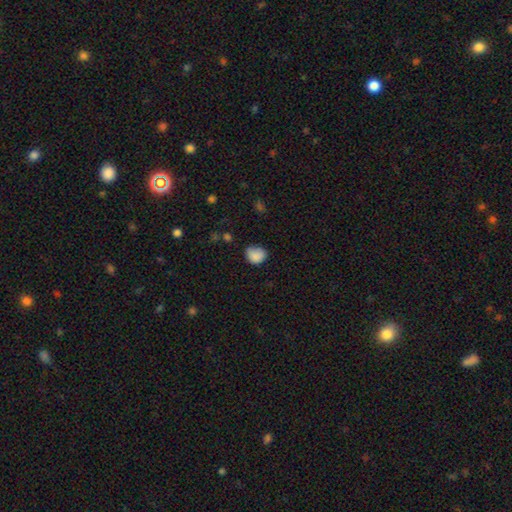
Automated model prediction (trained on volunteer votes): Smooth or featured: smooth — 85% (star or artifact — 9%)
How rounded: round — 60% (in between — 39%)
Merging: none — 61% (minor disturbance — 31%)